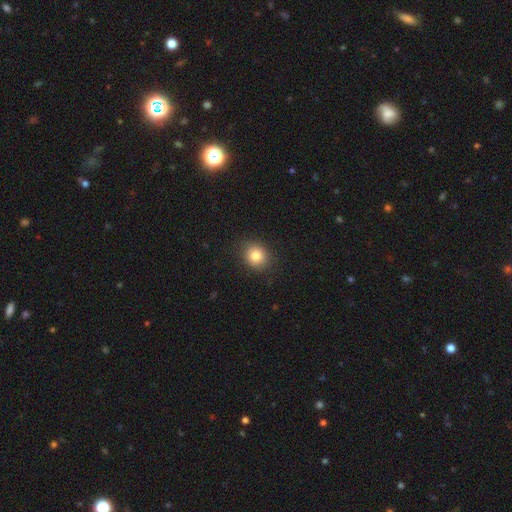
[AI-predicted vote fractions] smooth_or_featured: smooth (p=0.81) [alt: star or artifact p=0.11]
how_rounded: round (p=0.75) [alt: in between p=0.24]
merging: none (p=0.89) [alt: minor disturbance p=0.08]